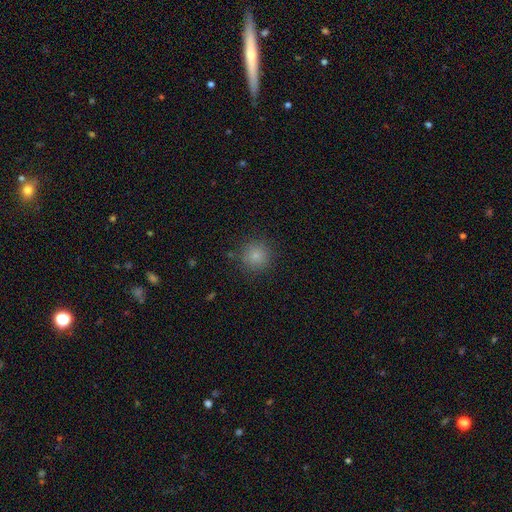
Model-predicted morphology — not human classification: Smooth or featured? smooth (81%)
How rounded? round (94%)
Merging? none (87%)